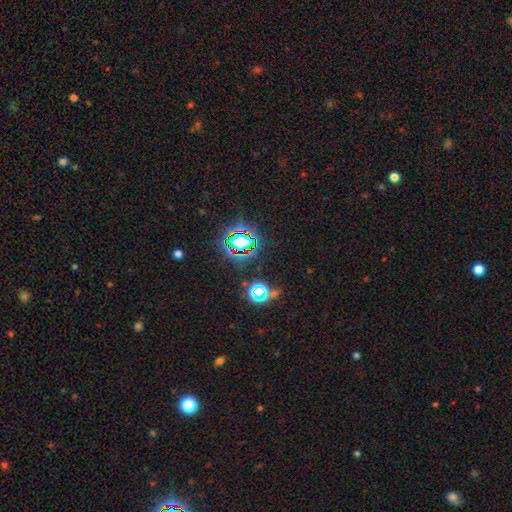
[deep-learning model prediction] This appears to be a star or artifact, not a galaxy (73%).